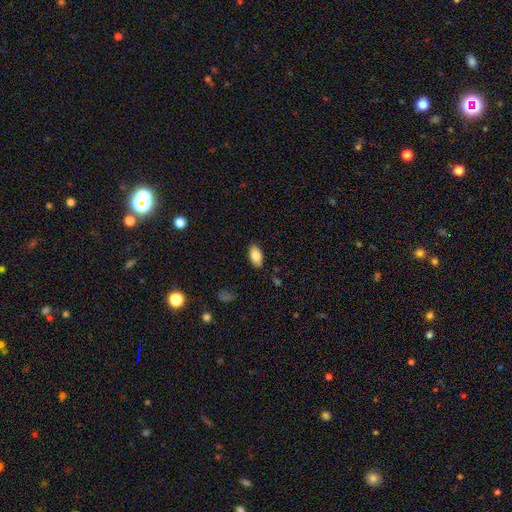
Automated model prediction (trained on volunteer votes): smooth_or_featured: smooth (p=0.83) [alt: featured or disk p=0.10]
how_rounded: in between (p=0.93) [alt: cigar-shaped p=0.04]
merging: none (p=0.87) [alt: minor disturbance p=0.10]